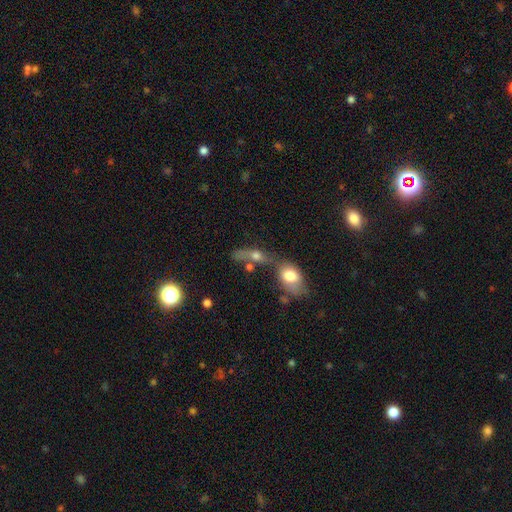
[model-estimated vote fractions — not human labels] A smooth galaxy with no disk features (51%) that is in between round and cigar-shaped (55%). Merging: merger (50%).